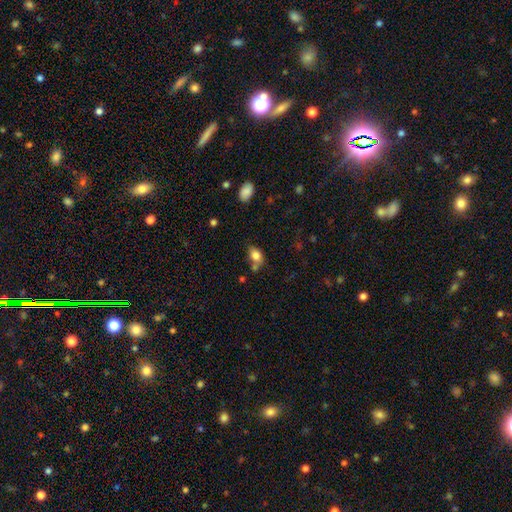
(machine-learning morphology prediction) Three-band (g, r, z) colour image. It shows a smooth galaxy with no disk features (81%) that is in between round and cigar-shaped (73%). Merging: none (50%).